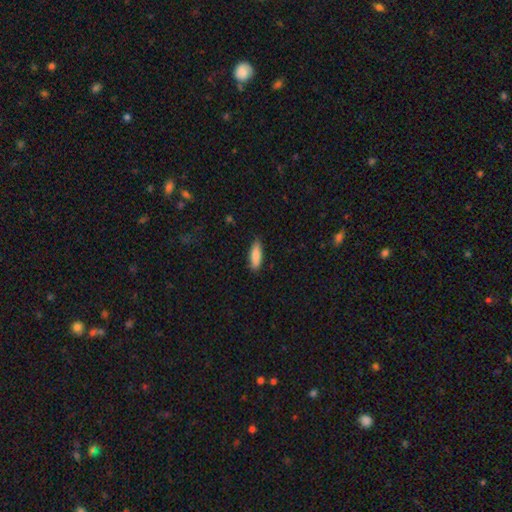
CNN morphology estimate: Q: Smooth or featured?
A: smooth (86%); runner-up: featured or disk (8%)
Q: How rounded?
A: in between (53%); runner-up: cigar-shaped (45%)
Q: Merging?
A: none (85%); runner-up: minor disturbance (12%)